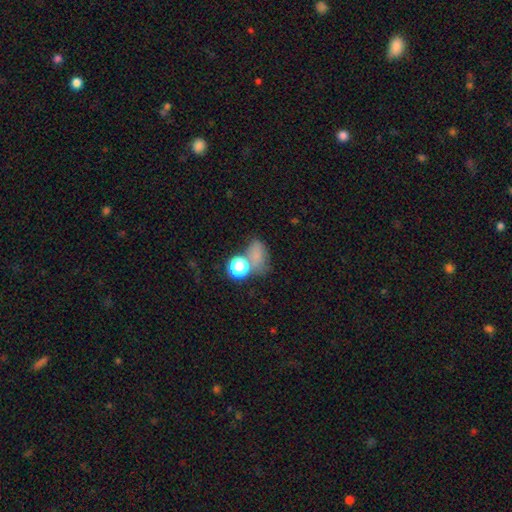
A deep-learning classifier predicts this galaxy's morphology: This is likely a smooth galaxy (68%). How rounded: likely in between (63%). Merging: marginally none (41%).